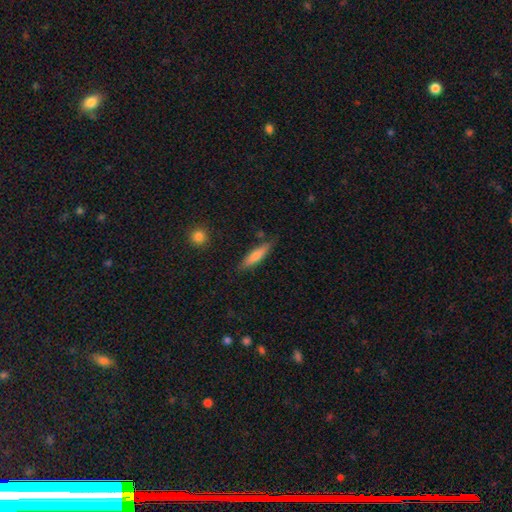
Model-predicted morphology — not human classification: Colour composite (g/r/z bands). It shows a smooth galaxy with no disk features (70%) that is cigar-shaped (78%). Merging: none (81%).